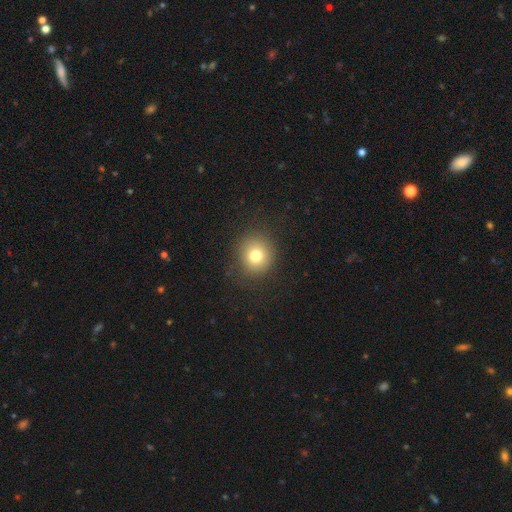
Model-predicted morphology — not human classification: This appears to be a smooth galaxy with no disk features (77%) that is round (88%). Merging: none (86%).